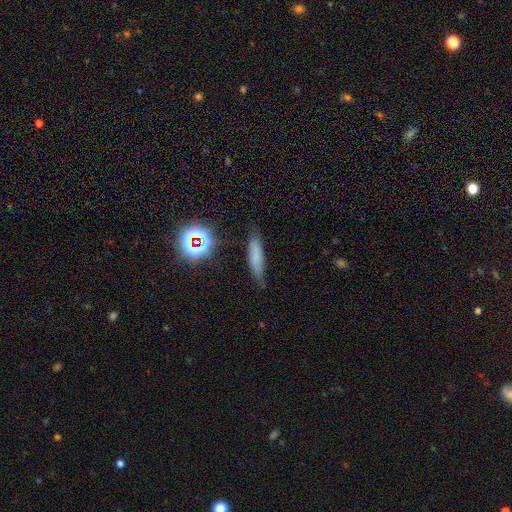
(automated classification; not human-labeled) smooth-or-featured: smooth: 67% | featured or disk: 17% | star or artifact: 16%
  how-rounded: cigar-shaped: 79% | in between: 18% | round: 3%
  merging: none: 76% | minor disturbance: 17% | major disturbance: 4% | merger: 2%